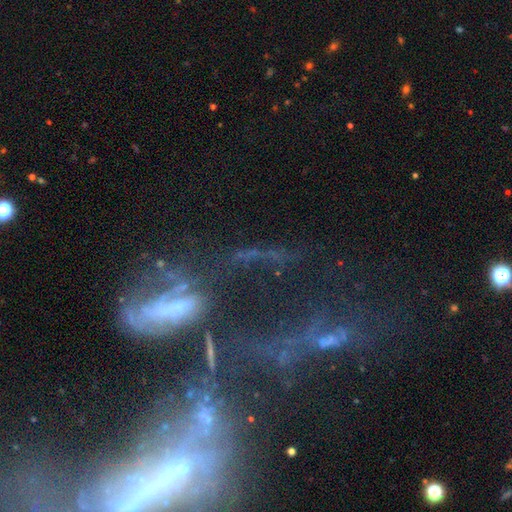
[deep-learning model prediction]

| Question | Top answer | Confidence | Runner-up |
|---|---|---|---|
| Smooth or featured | featured or disk | 46% | star or artifact (35%) |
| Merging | major disturbance | 32% | none (31%) |